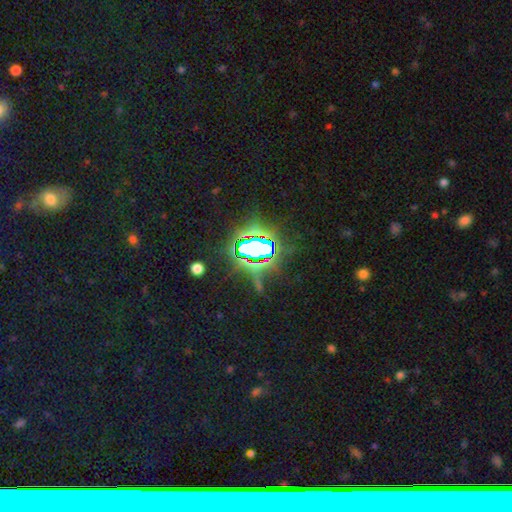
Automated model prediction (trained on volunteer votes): Smooth or featured? star or artifact (81%)